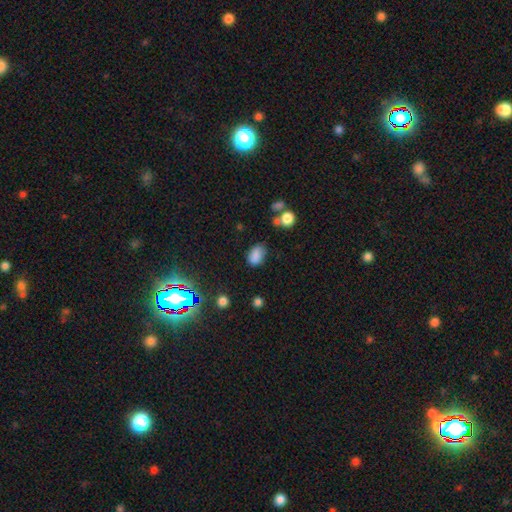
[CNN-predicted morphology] Smooth or featured: smooth — 82% (star or artifact — 11%)
How rounded: in between — 82% (round — 16%)
Merging: none — 73% (minor disturbance — 19%)